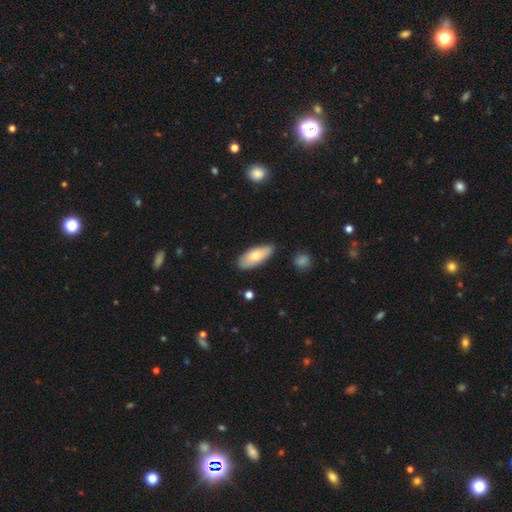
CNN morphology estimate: type=smooth (74%); roundness=in between (83%); merging=none (81%).